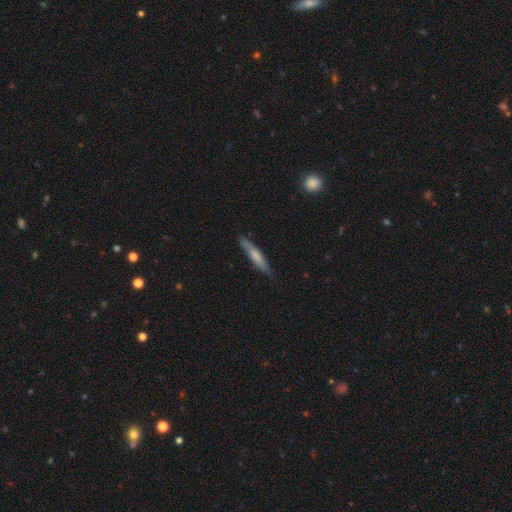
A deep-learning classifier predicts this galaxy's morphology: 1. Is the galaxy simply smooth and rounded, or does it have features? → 63% smooth, 31% featured or disk, 5% star or artifact.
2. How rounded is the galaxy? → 90% cigar-shaped, 9% in between, 1% round.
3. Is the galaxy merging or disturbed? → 79% none, 17% minor disturbance, 3% major disturbance, 2% merger.